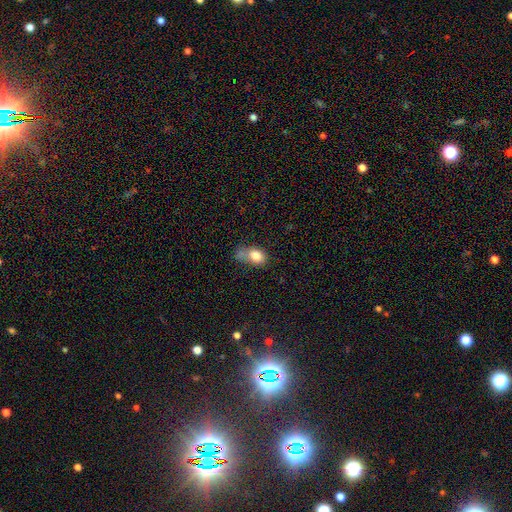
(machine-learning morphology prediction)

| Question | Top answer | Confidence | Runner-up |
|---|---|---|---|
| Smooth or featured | smooth | 80% | featured or disk (11%) |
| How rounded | in between | 75% | round (23%) |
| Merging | merger | 30% | none (27%) |